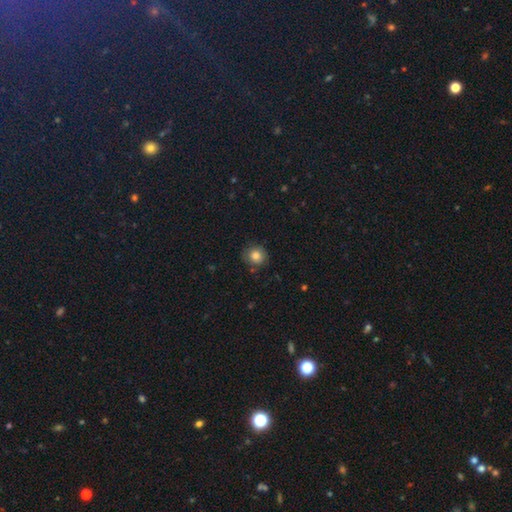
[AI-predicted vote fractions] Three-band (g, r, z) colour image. It shows a smooth galaxy with no disk features (82%) that is round (88%). Merging: none (82%).